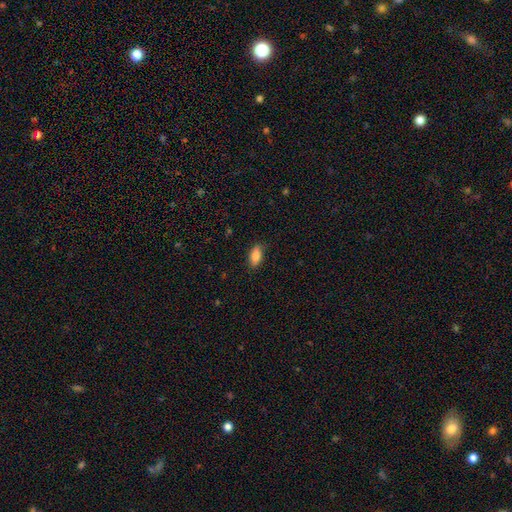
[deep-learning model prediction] smooth 85%, featured or disk 8%, star or artifact 7%. Down the decision tree: how rounded — in between (87%); merging — none (85%).